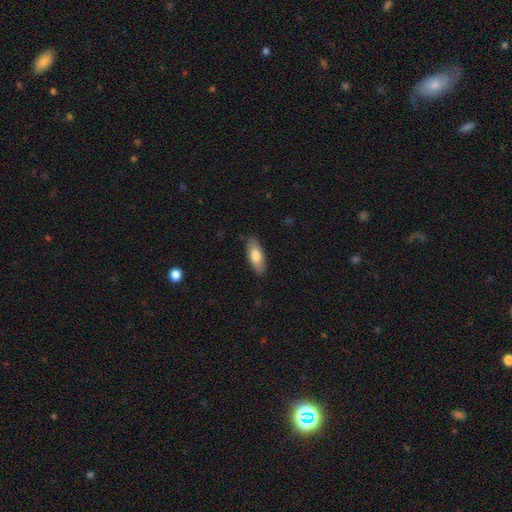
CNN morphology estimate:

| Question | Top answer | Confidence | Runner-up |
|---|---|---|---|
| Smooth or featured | smooth | 75% | featured or disk (19%) |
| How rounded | in between | 80% | cigar-shaped (18%) |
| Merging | none | 84% | minor disturbance (12%) |